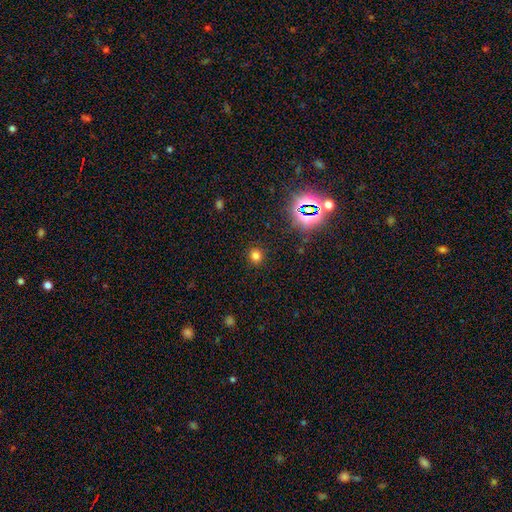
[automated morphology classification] A smooth galaxy with no disk features (74%) that is round (84%).

Vote fractions:
- Smooth or featured? smooth: 74% / star or artifact: 21% / featured or disk: 5%
- How rounded? round: 84% / in between: 15% / cigar-shaped: 1%
- Merging? none: 88% / minor disturbance: 7% / major disturbance: 3% / merger: 1%